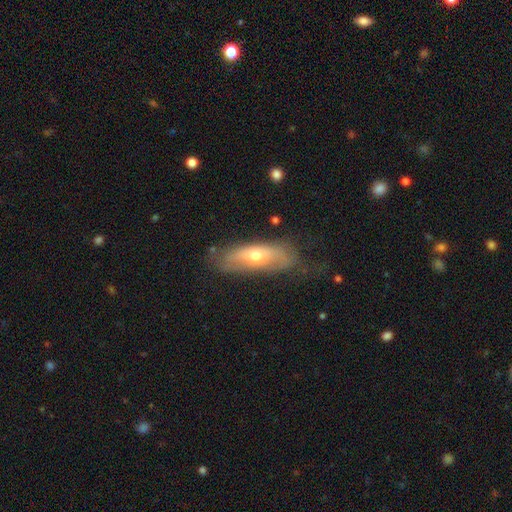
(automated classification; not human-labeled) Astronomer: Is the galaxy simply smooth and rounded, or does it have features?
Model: smooth — 48% (runner-up: featured or disk, 45%).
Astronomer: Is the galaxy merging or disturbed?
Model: none — 62%.